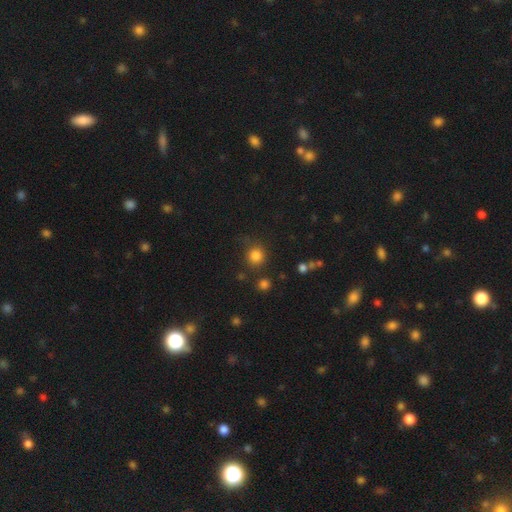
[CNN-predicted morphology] smooth-or-featured: smooth: 82% | star or artifact: 13% | featured or disk: 5%
  how-rounded: round: 91% | in between: 8% | cigar-shaped: 1%
  merging: none: 79% | minor disturbance: 11% | major disturbance: 5% | merger: 5%